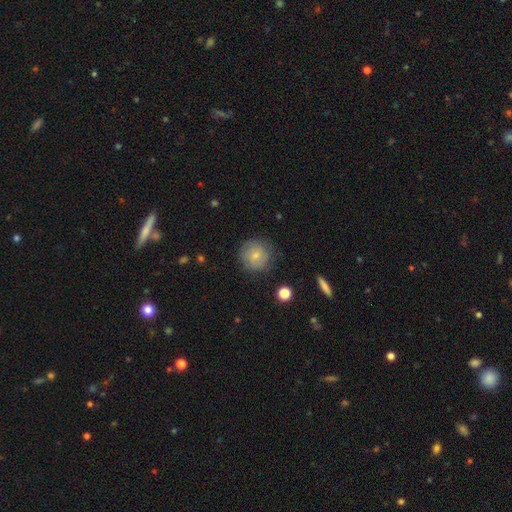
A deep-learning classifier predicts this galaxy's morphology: A smooth galaxy with no disk features (68%) that is round (92%). Merging: none (79%).